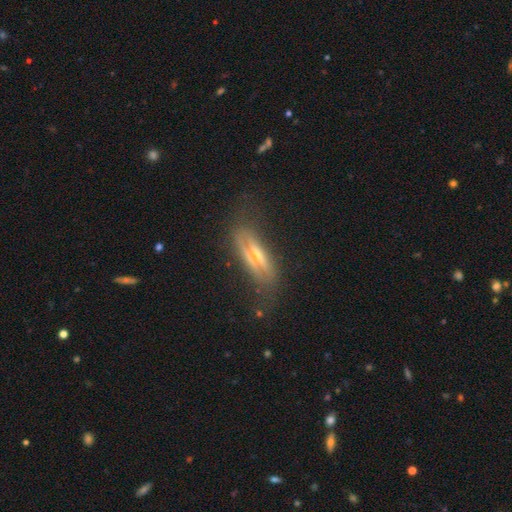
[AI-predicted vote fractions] A featured or disk galaxy (67%) viewed edge-on (79%) with a rounded central bulge (86%).

Vote fractions:
- Smooth or featured? featured or disk: 67% / smooth: 24% / star or artifact: 9%
- Edge-on disk? yes: 79% / no: 21%
- Edge-on bulge? rounded: 86% / none: 8% / boxy: 6%
- Merging? none: 69% / minor disturbance: 19% / major disturbance: 10% / merger: 2%